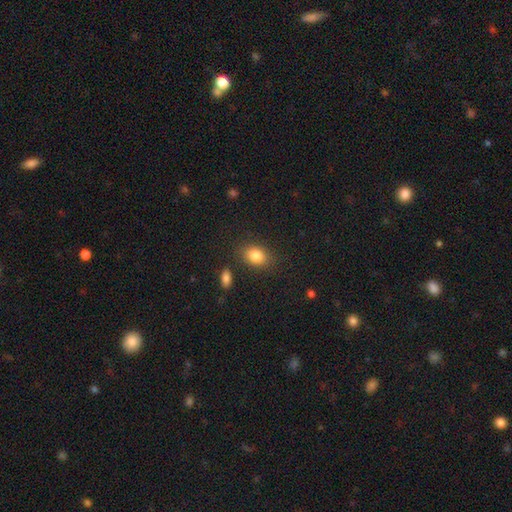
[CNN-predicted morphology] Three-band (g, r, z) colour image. It shows a smooth galaxy with no disk features (84%) that is in between round and cigar-shaped (75%). Merging: none (81%).